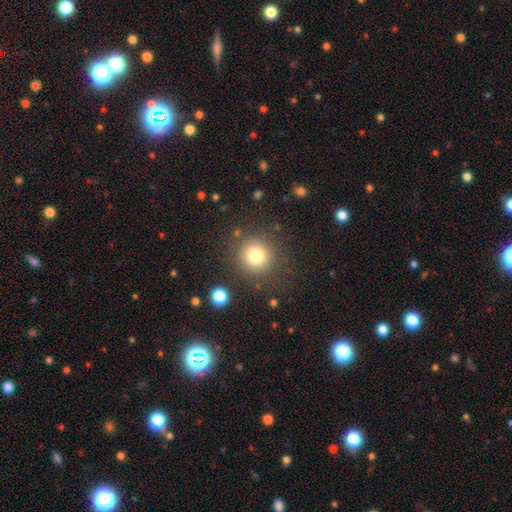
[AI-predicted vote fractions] A smooth galaxy with no disk features (77%) that is round (93%).

Vote fractions:
- Smooth or featured? smooth: 77% / star or artifact: 14% / featured or disk: 9%
- How rounded? round: 93% / in between: 6% / cigar-shaped: 1%
- Merging? none: 85% / minor disturbance: 8% / major disturbance: 5% / merger: 3%